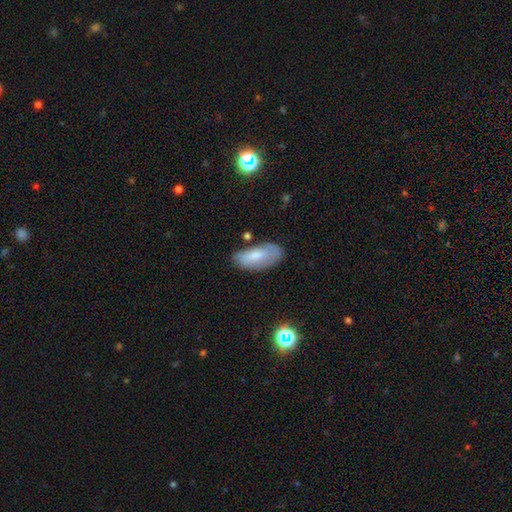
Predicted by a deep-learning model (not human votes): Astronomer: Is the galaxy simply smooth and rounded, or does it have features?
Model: smooth — 70%.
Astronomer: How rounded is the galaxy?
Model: in between — 86%.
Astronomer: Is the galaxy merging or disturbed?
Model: none — 68%.